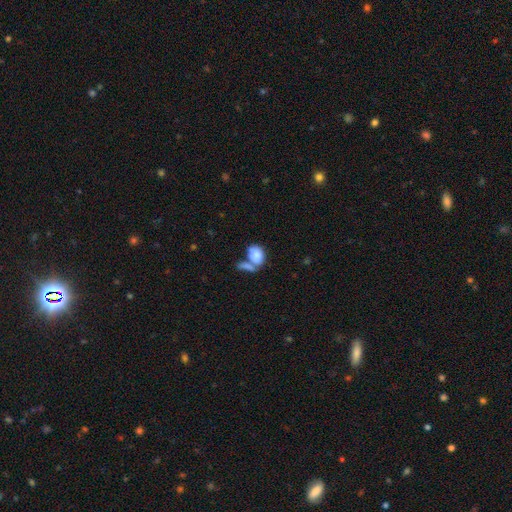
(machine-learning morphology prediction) smooth-or-featured: smooth: 79% | featured or disk: 14% | star or artifact: 7%
  how-rounded: in between: 75% | round: 23% | cigar-shaped: 2%
  merging: merger: 50% | none: 29% | minor disturbance: 13% | major disturbance: 8%